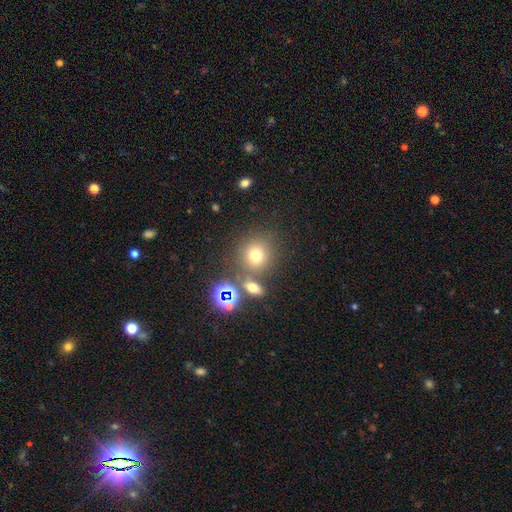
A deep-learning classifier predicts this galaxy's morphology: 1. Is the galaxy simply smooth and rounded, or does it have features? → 69% smooth, 21% star or artifact, 11% featured or disk.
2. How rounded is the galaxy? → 87% round, 12% in between, 1% cigar-shaped.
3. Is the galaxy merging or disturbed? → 70% none, 16% merger, 9% minor disturbance, 5% major disturbance.